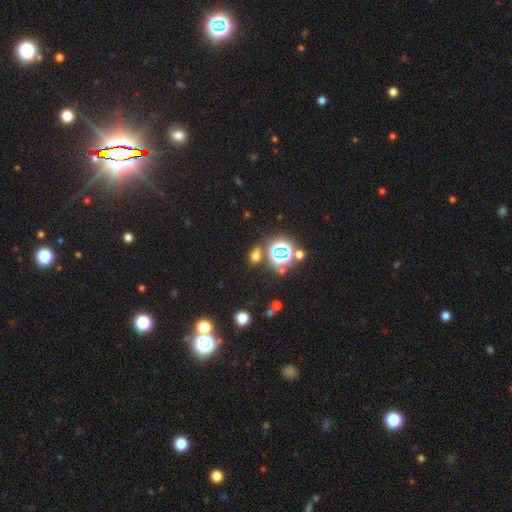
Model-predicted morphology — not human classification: A smooth galaxy with no disk features (51%) that is in between round and cigar-shaped (58%). Merging: none (75%).